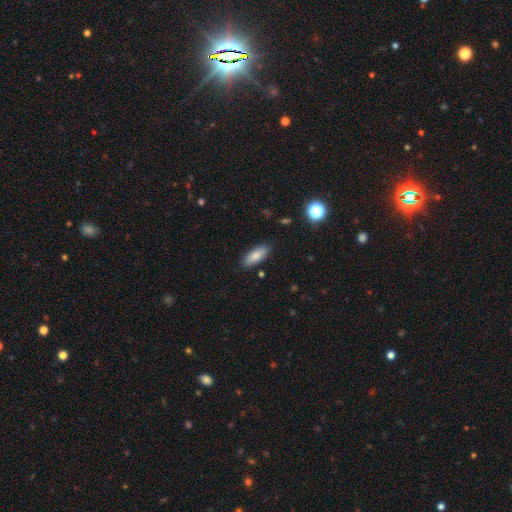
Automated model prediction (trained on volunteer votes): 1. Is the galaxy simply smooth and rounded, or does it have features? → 81% smooth, 12% featured or disk, 8% star or artifact.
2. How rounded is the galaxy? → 75% in between, 23% cigar-shaped, 2% round.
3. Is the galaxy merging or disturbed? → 87% none, 10% minor disturbance, 2% major disturbance, 1% merger.